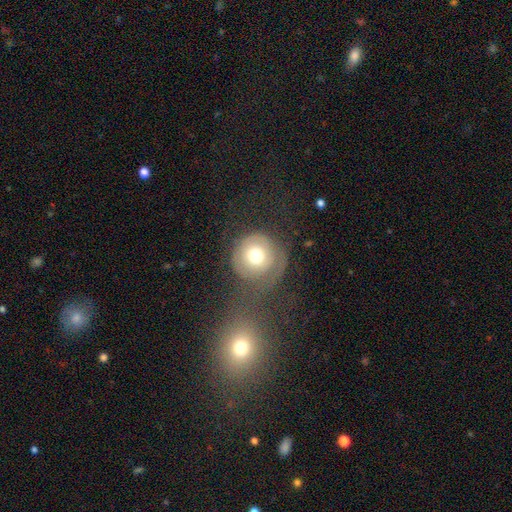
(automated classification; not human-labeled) smooth-or-featured: smooth: 60% | featured or disk: 31% | star or artifact: 9%
  how-rounded: round: 91% | in between: 8% | cigar-shaped: 1%
  merging: none: 44% | major disturbance: 26% | minor disturbance: 18% | merger: 12%